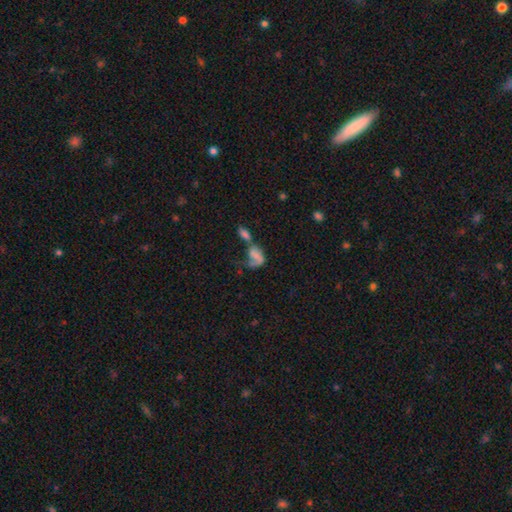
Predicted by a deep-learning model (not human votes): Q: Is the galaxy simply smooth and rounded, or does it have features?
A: smooth — 55%.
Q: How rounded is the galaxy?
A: in between — 85%.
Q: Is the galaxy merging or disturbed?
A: merger — 49%.